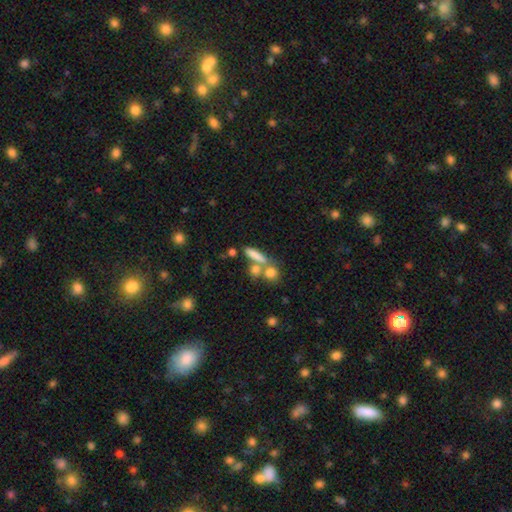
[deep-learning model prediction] smooth_or_featured: smooth (p=0.74) [alt: featured or disk p=0.16]
how_rounded: cigar-shaped (p=0.58) [alt: in between p=0.29]
merging: none (p=0.55) [alt: merger p=0.29]